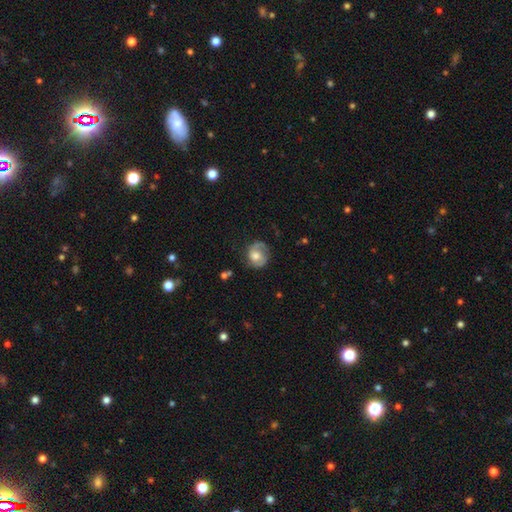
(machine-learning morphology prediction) Smooth or featured: featured or disk — 47% (smooth — 46%)
Merging: none — 63% (minor disturbance — 23%)